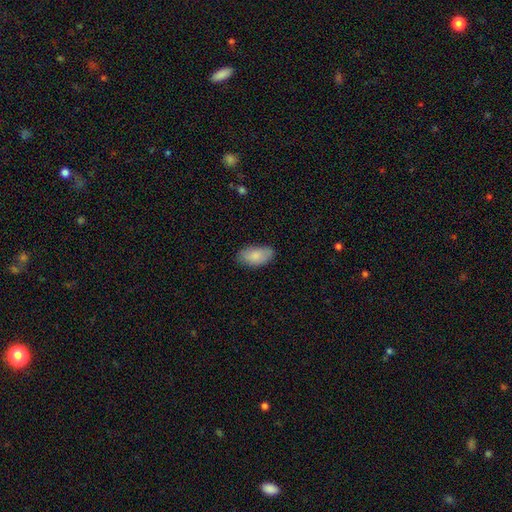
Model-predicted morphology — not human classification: The model was most divided on "merging": none: 75%, minor disturbance: 20%, major disturbance: 4%, merger: 1%. More confident: how rounded — in between (94%); smooth or featured — smooth (84%).